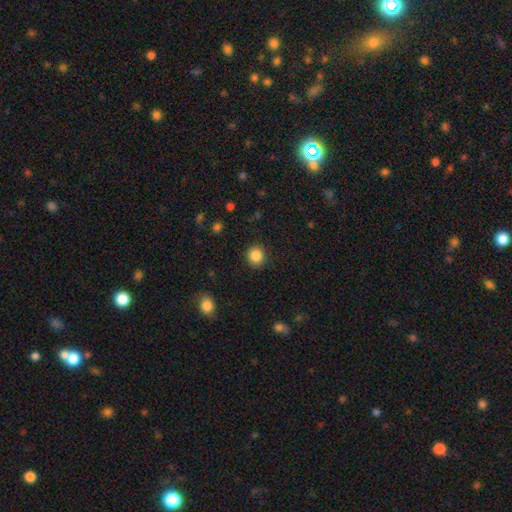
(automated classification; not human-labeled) The model was most divided on "smooth or featured": smooth: 86%, star or artifact: 10%, featured or disk: 4%. More confident: merging — none (91%); how rounded — round (89%).